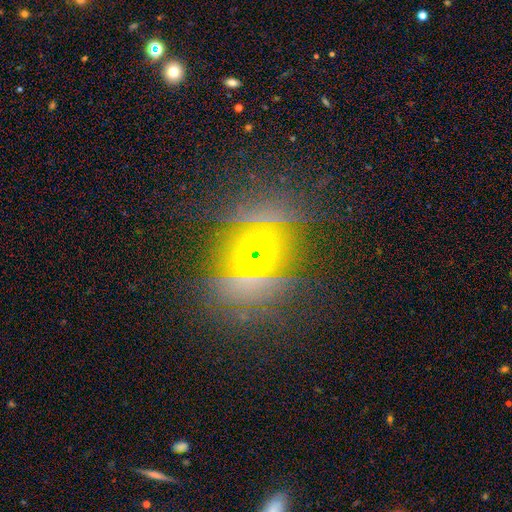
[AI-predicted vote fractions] smooth-or-featured: star or artifact: 51% | smooth: 31% | featured or disk: 18%